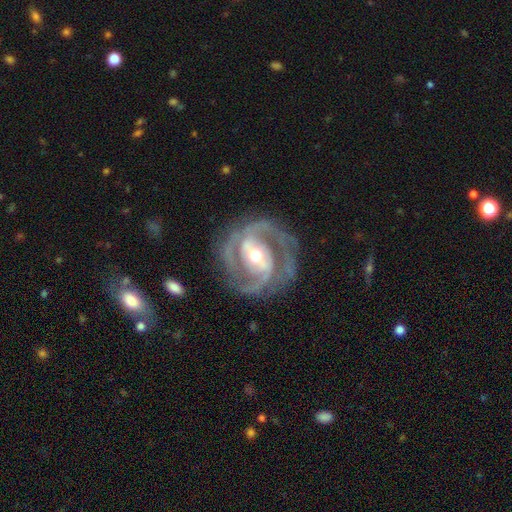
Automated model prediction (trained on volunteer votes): Smooth or featured? featured or disk (91%)
Edge-on disk? no (97%)
Bar? strong (45%)
Spiral arms? yes (97%)
Spiral winding? tight (48%)
Spiral arm count? 2 (65%)
Bulge size? moderate (68%)
Merging? none (76%)